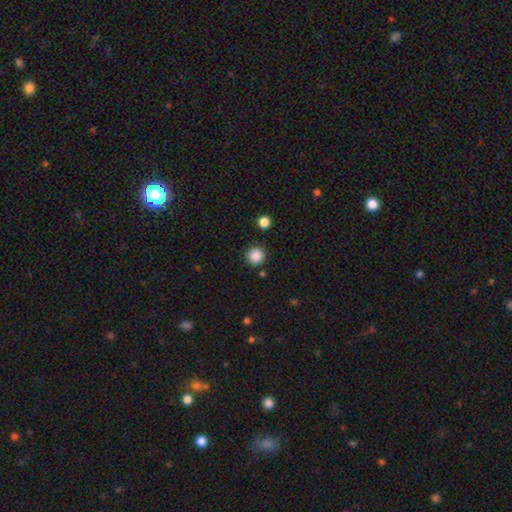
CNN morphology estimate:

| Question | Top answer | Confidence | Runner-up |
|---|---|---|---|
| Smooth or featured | smooth | 87% | star or artifact (10%) |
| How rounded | round | 94% | in between (5%) |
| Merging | none | 88% | minor disturbance (7%) |